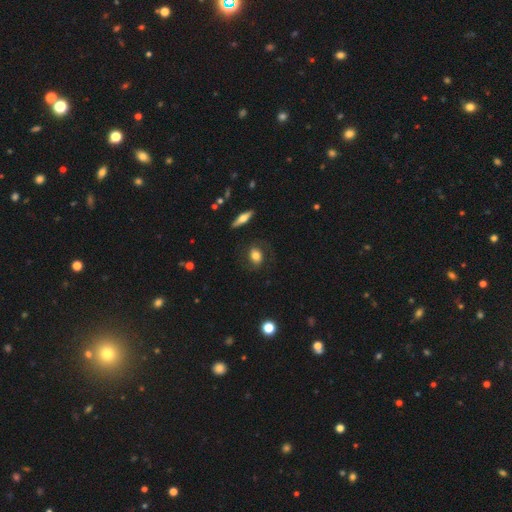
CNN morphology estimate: Smooth or featured: smooth — 60% (featured or disk — 31%)
How rounded: in between — 57% (round — 40%)
Merging: none — 76% (minor disturbance — 14%)